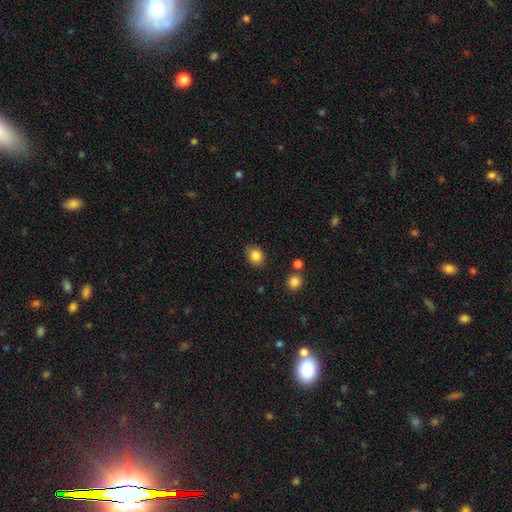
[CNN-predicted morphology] smooth 84%, star or artifact 9%, featured or disk 6%. Down the decision tree: how rounded — in between (50%); merging — none (80%).